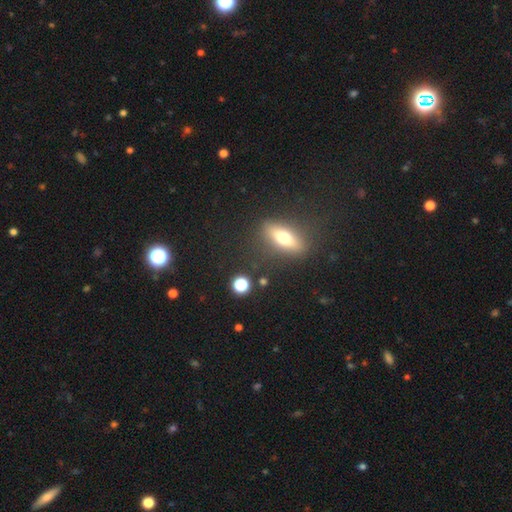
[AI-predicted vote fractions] smooth-or-featured: featured or disk: 43% | smooth: 37% | star or artifact: 20%
  merging: none: 81% | minor disturbance: 10% | major disturbance: 5% | merger: 4%